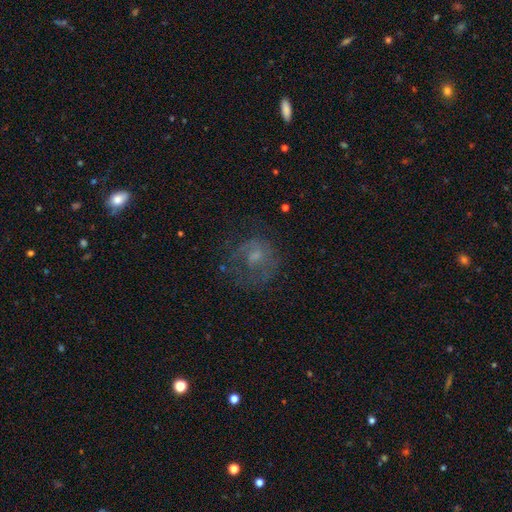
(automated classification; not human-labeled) Smooth or featured?
  - featured or disk: 48% *
  - smooth: 36%
  - star or artifact: 16%
Merging?
  - none: 51% *
  - major disturbance: 28%
  - minor disturbance: 19%
  - merger: 2%